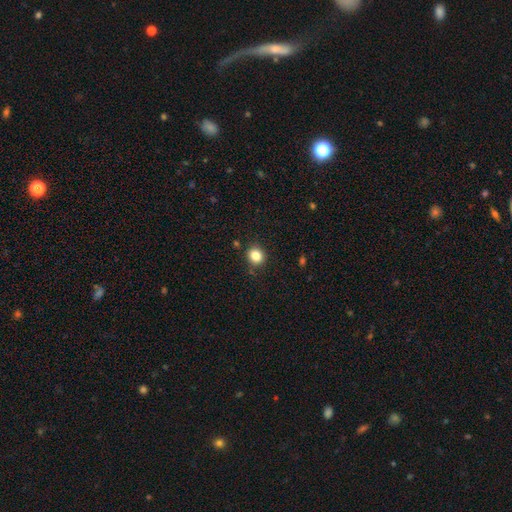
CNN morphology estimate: Q: Smooth or featured?
A: smooth (83%); runner-up: star or artifact (11%)
Q: How rounded?
A: round (81%); runner-up: in between (18%)
Q: Merging?
A: none (87%); runner-up: minor disturbance (9%)